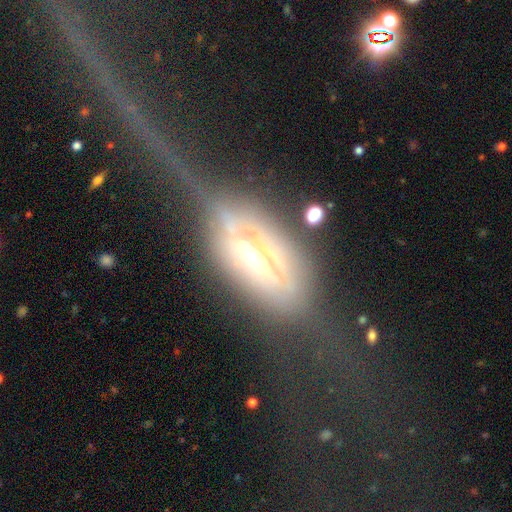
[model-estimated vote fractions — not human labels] A featured or disk galaxy (66%) viewed edge-on (52%). Merging: major disturbance (36%).